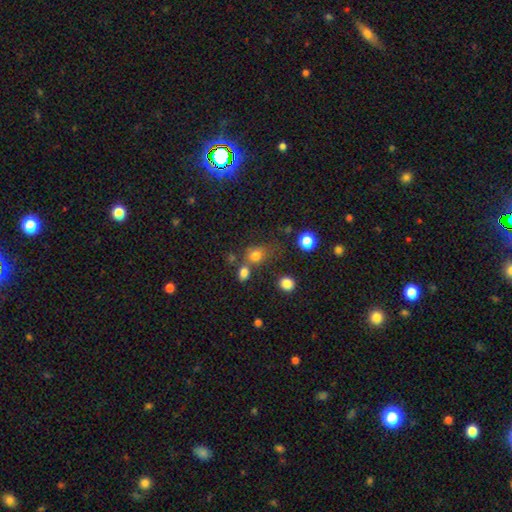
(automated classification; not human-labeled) Morphology: type=smooth (76%); roundness=round (59%); merging=none (53%).